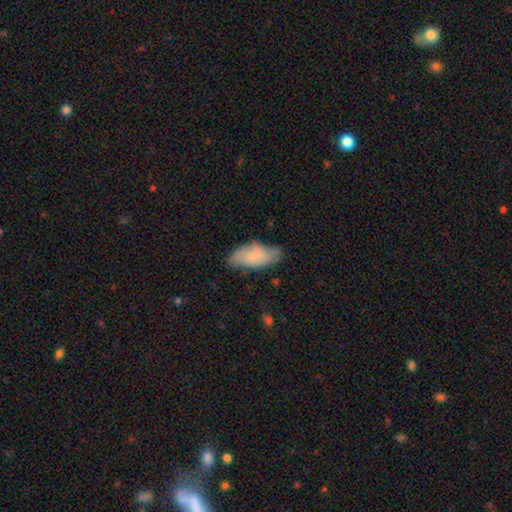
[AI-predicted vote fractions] The model was most divided on "merging": none: 64%, minor disturbance: 27%, major disturbance: 6%, merger: 2%. More confident: how rounded — in between (88%); smooth or featured — smooth (73%).